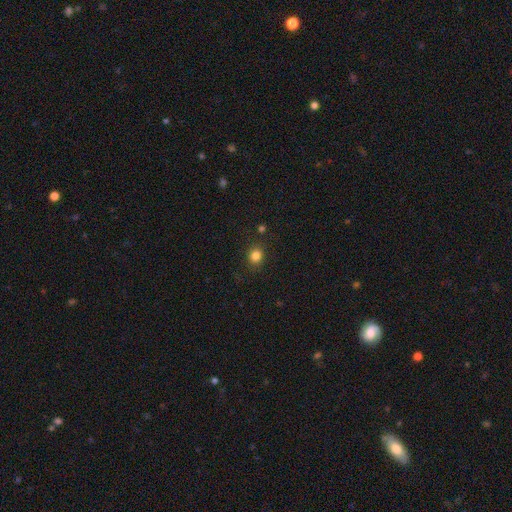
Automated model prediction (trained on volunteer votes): Morphology: type=smooth (82%); roundness=round (78%); merging=none (86%).